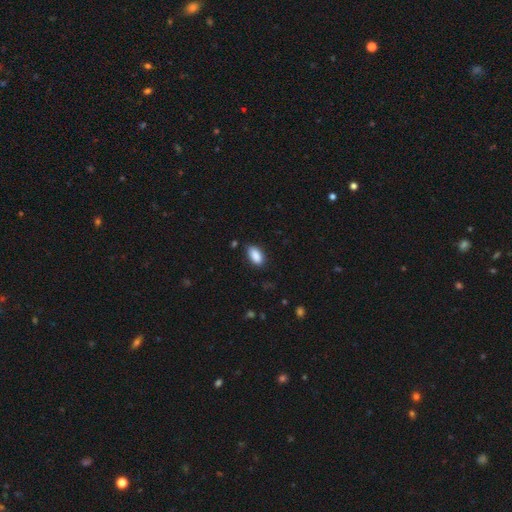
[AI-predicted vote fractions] Morphology: type=smooth (89%); roundness=in between (93%); merging=none (80%).